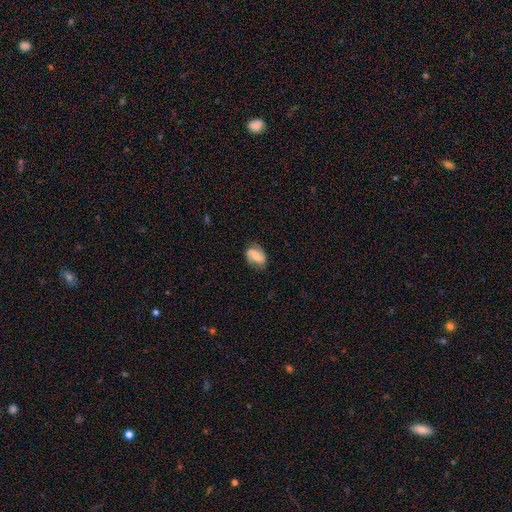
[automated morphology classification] smooth-or-featured: featured or disk: 56% | smooth: 36% | star or artifact: 8%
  disk-edge-on: no: 97% | yes: 3%
    bar: weak: 40% | strong: 31% | no: 29%
    has-spiral-arms: yes: 89% | no: 11%
    bulge-size: small: 40% | moderate: 30% | none: 20% | large: 7% | dominant: 2%
  merging: none: 74% | minor disturbance: 19% | major disturbance: 6% | merger: 1%